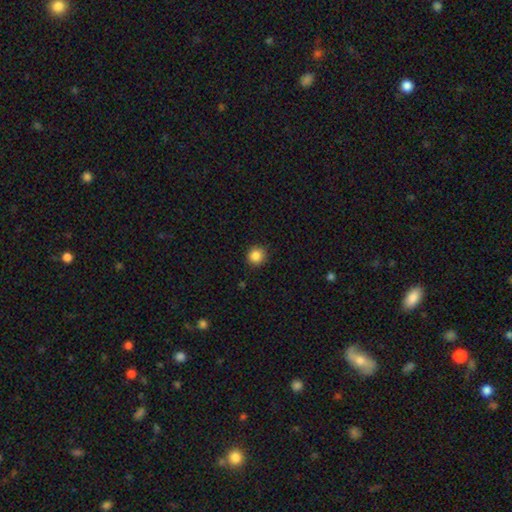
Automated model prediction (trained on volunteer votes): The model was most divided on "smooth or featured": smooth: 86%, star or artifact: 10%, featured or disk: 4%. More confident: how rounded — round (94%); merging — none (91%).